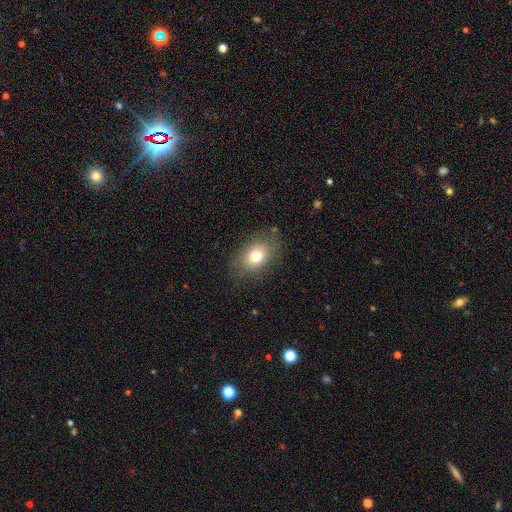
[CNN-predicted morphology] Q: Smooth or featured?
A: smooth (76%); runner-up: featured or disk (13%)
Q: How rounded?
A: in between (75%); runner-up: round (23%)
Q: Merging?
A: none (81%); runner-up: minor disturbance (13%)